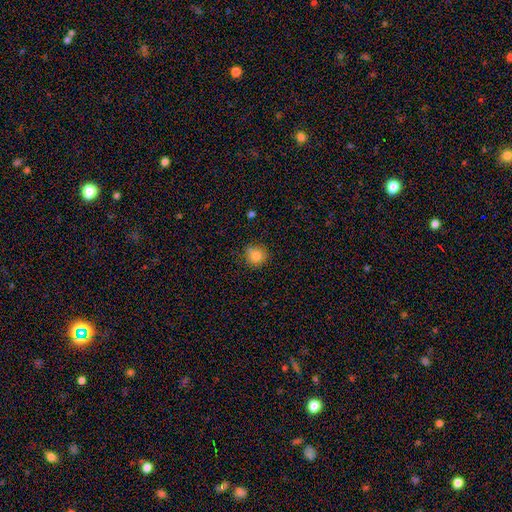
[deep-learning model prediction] Overall: smooth (82%). How rounded: round (89%). Merging: none (81%).